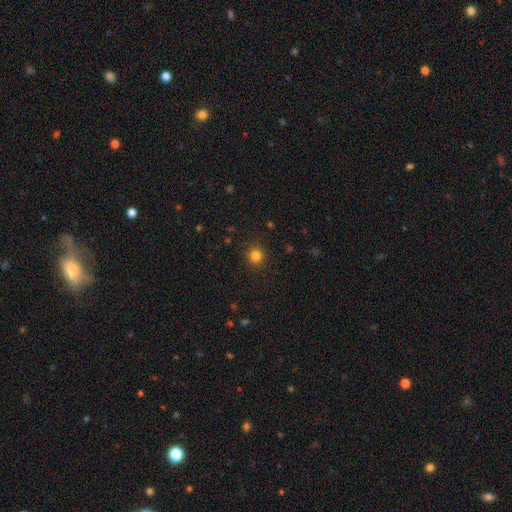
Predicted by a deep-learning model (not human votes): This is clearly a smooth galaxy (82%). How rounded: clearly round (92%). Merging: clearly none (91%).